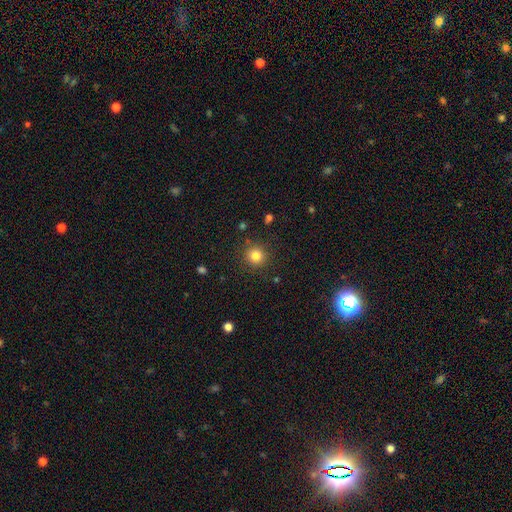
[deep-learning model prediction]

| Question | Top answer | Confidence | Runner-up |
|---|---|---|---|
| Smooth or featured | smooth | 82% | star or artifact (12%) |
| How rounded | round | 93% | in between (6%) |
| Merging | none | 88% | minor disturbance (7%) |